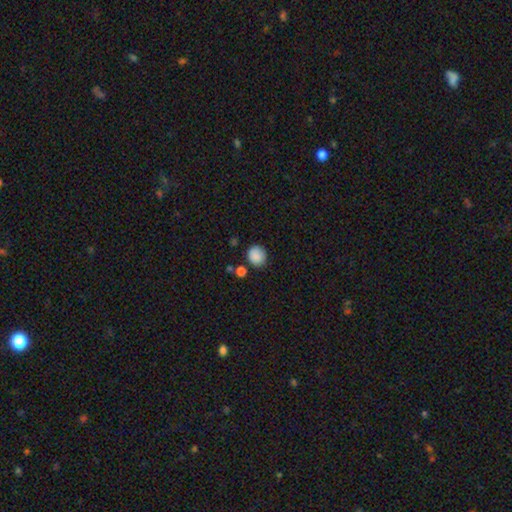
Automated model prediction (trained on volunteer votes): Smooth or featured? Predicted: smooth (p=0.87). How rounded? Predicted: round (p=0.79). Merging? Predicted: none (p=0.79).